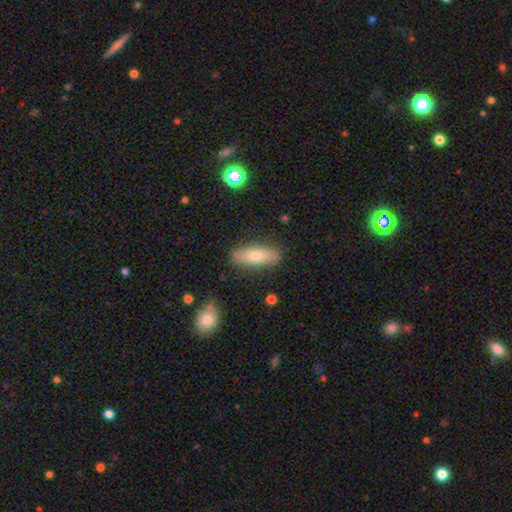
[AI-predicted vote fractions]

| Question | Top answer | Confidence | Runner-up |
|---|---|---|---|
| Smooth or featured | smooth | 65% | featured or disk (28%) |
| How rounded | in between | 52% | cigar-shaped (45%) |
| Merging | none | 84% | minor disturbance (11%) |